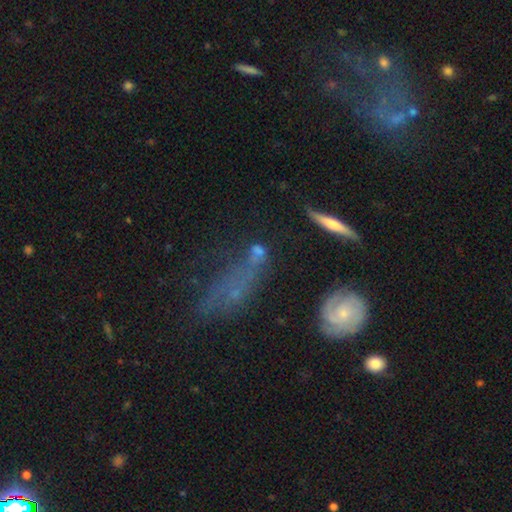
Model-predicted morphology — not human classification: Q: Smooth or featured?
A: featured or disk (43%); runner-up: smooth (38%)
Q: Merging?
A: none (43%); runner-up: major disturbance (21%)